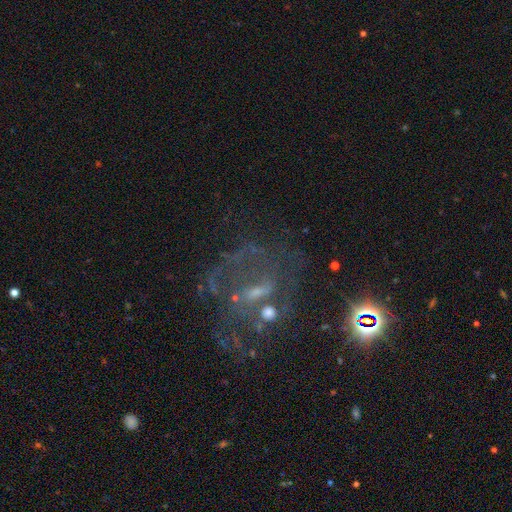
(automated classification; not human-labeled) The model was most divided on "bar": no: 41%, weak: 40%, strong: 19%. Remaining: edge-on disk — no (96%); smooth or featured — featured or disk (62%); spiral arms — yes (52%); merging — none (50%); bulge size — small (45%).